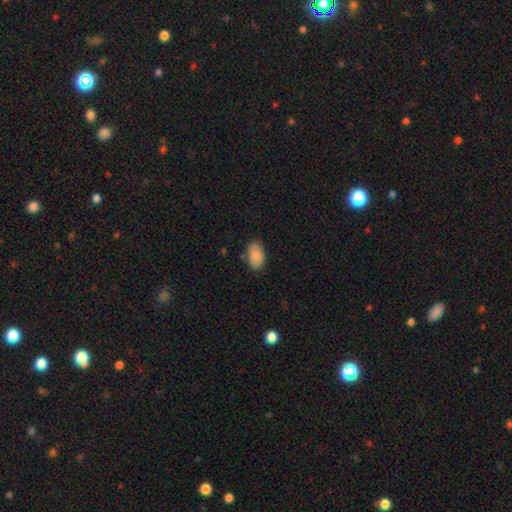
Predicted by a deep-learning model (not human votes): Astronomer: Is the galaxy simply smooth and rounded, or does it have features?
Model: smooth — 82%.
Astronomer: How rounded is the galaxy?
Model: in between — 92%.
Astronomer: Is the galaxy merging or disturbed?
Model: none — 80%.